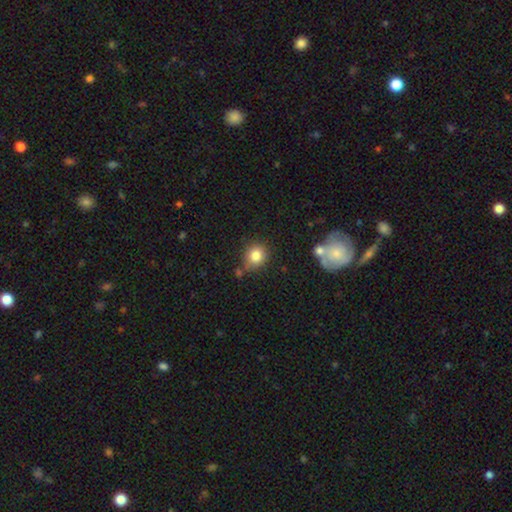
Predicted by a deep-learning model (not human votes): smooth_or_featured: smooth (p=0.82) [alt: star or artifact p=0.10]
how_rounded: round (p=0.79) [alt: in between p=0.20]
merging: none (p=0.73) [alt: minor disturbance p=0.15]